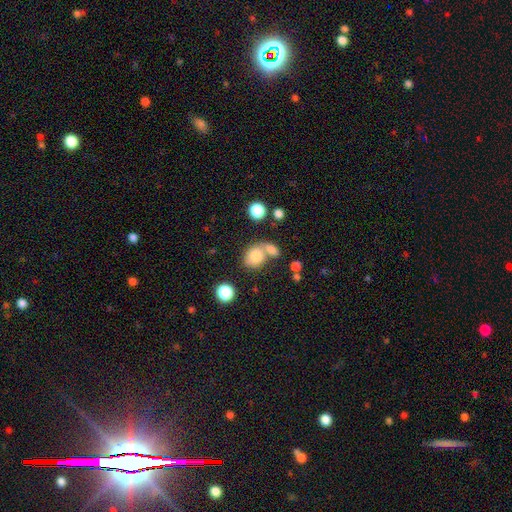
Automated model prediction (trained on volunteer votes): Morphology: type=smooth (80%); roundness=in between (50%); merging=merger (42%).